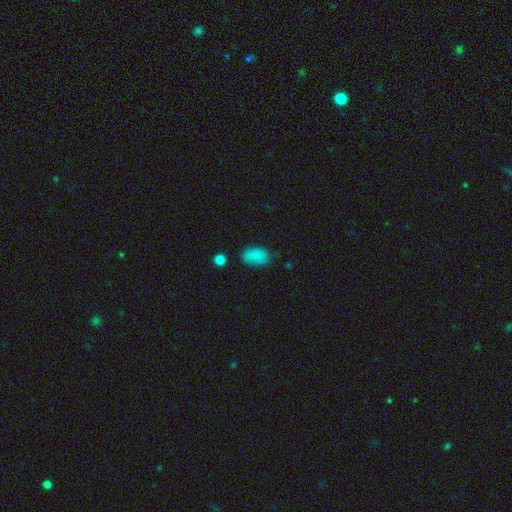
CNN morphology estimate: type=smooth (84%); roundness=in between (88%); merging=none (72%).